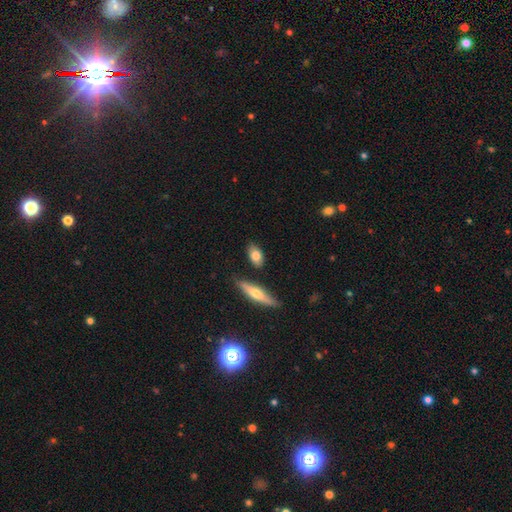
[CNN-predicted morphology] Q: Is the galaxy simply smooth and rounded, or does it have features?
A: smooth — 76%.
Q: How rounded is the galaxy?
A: in between — 83%.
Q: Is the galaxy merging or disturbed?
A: none — 80%.